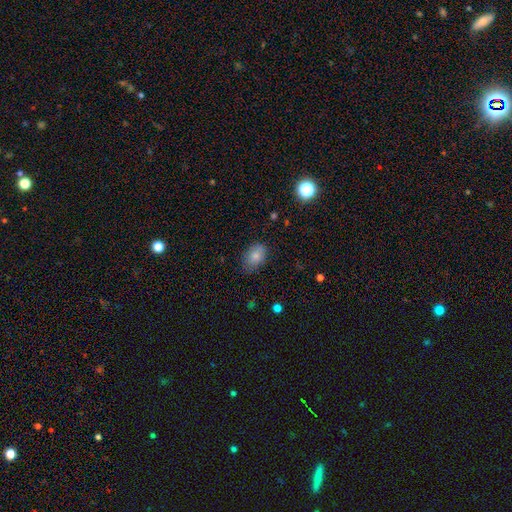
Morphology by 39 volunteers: Q: Smooth or featured?
A: smooth (79%); runner-up: featured or disk (15%)
Q: How rounded?
A: in between (94%); runner-up: round (6%)
Q: Merging?
A: none (76%); runner-up: minor disturbance (24%)